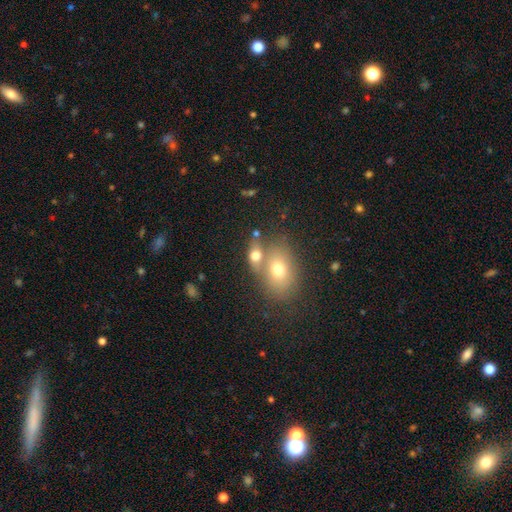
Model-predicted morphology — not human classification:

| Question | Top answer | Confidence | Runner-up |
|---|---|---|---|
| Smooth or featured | smooth | 69% | featured or disk (20%) |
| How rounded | in between | 74% | round (22%) |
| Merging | merger | 50% | none (35%) |